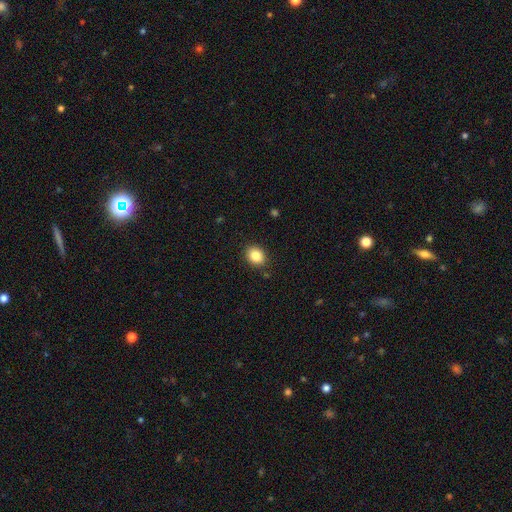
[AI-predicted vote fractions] smooth_or_featured: smooth (p=0.86) [alt: star or artifact p=0.09]
how_rounded: round (p=0.51) [alt: in between p=0.48]
merging: none (p=0.88) [alt: minor disturbance p=0.08]